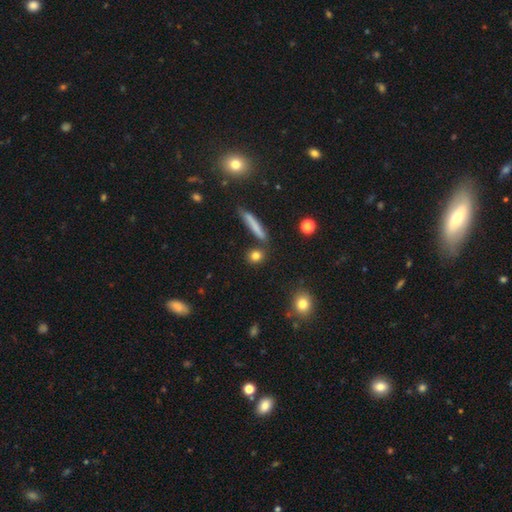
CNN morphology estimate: Smooth or featured?
  - smooth: 80% *
  - star or artifact: 11%
  - featured or disk: 9%
How rounded?
  - round: 65% *
  - in between: 20%
  - cigar-shaped: 15%
Merging?
  - none: 80% *
  - minor disturbance: 9%
  - merger: 8%
  - major disturbance: 3%